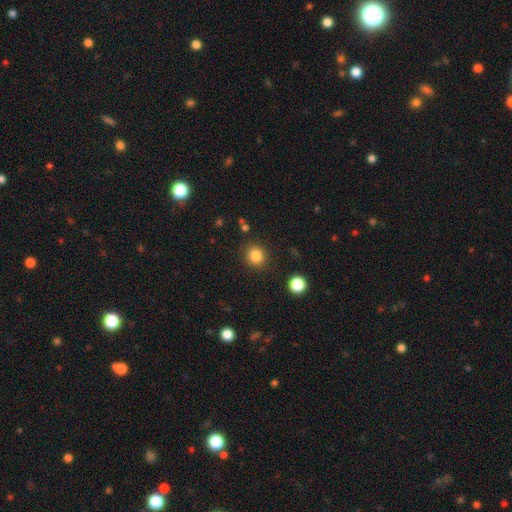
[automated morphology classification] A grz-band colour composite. It shows a smooth galaxy with no disk features (84%) that is round (87%). Merging: none (88%).